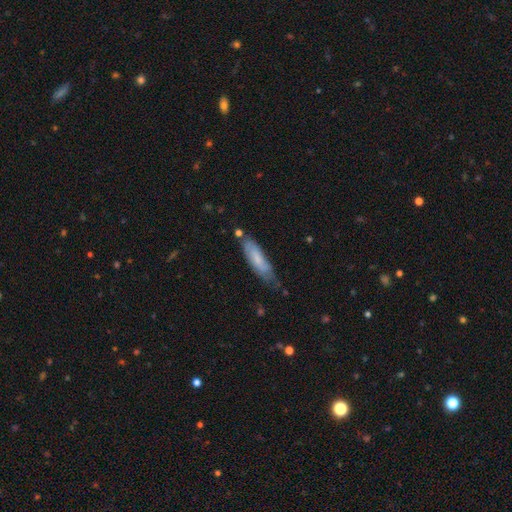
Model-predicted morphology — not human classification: A smooth galaxy with no disk features (61%) that is cigar-shaped (65%).

Vote fractions:
- Smooth or featured? smooth: 61% / featured or disk: 31% / star or artifact: 8%
- How rounded? cigar-shaped: 65% / in between: 34% / round: 1%
- Merging? none: 58% / minor disturbance: 31% / major disturbance: 8% / merger: 3%